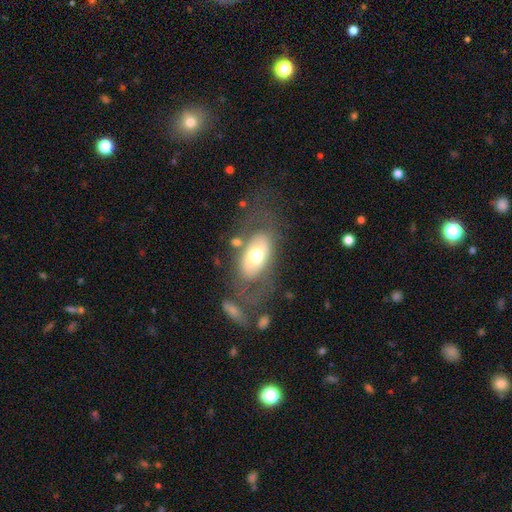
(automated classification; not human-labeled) A smooth galaxy with no disk features (47%).

Vote fractions:
- Smooth or featured? smooth: 47% / featured or disk: 46% / star or artifact: 7%
- Merging? none: 56% / minor disturbance: 18% / major disturbance: 18% / merger: 8%